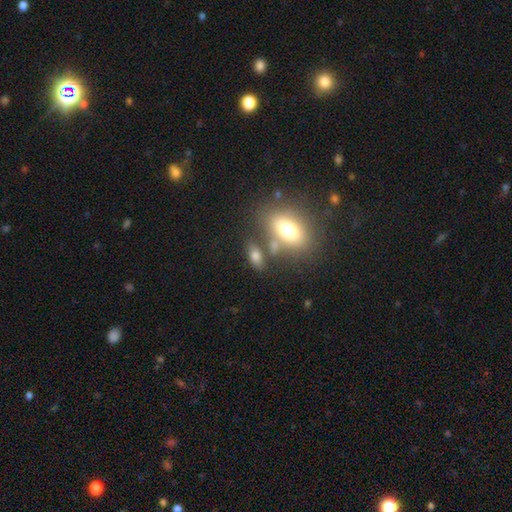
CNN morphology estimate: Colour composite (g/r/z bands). It shows a smooth galaxy with no disk features (74%) that is in between round and cigar-shaped (83%). Merging: none (59%).